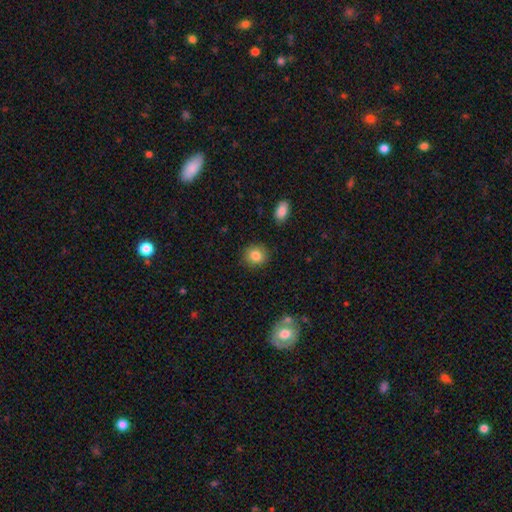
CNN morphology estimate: Overall: smooth (84%). How rounded: round (80%). Merging: none (88%).